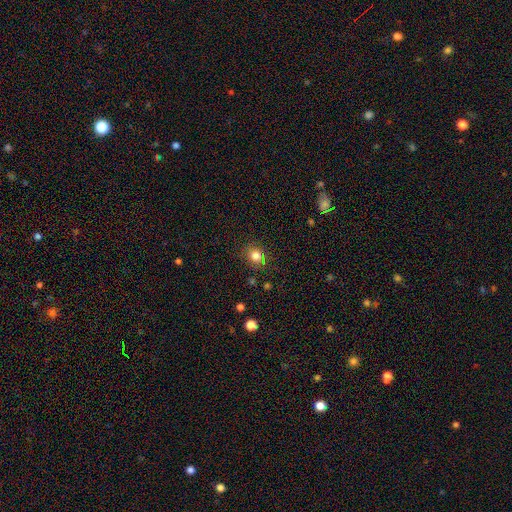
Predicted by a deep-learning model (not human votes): Q: Smooth or featured?
A: smooth (75%); runner-up: star or artifact (17%)
Q: How rounded?
A: round (77%); runner-up: in between (22%)
Q: Merging?
A: none (80%); runner-up: minor disturbance (12%)